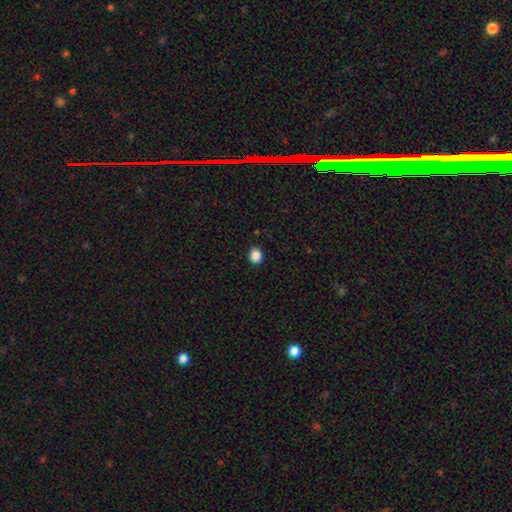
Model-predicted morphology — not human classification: type=smooth (87%); roundness=round (69%); merging=none (91%).